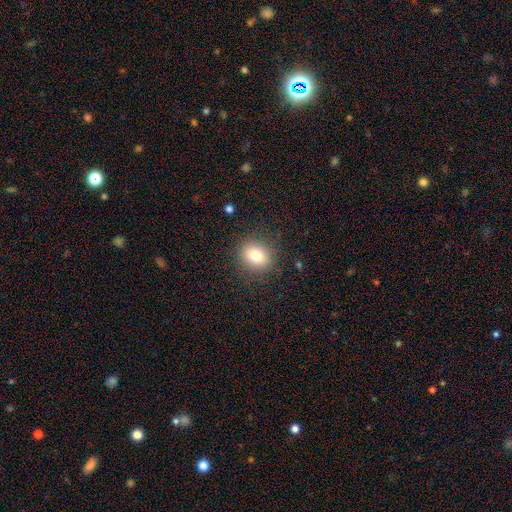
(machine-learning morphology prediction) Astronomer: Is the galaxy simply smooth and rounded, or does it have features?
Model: smooth — 78%.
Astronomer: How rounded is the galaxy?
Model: round — 69%.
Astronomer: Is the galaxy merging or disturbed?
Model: none — 87%.